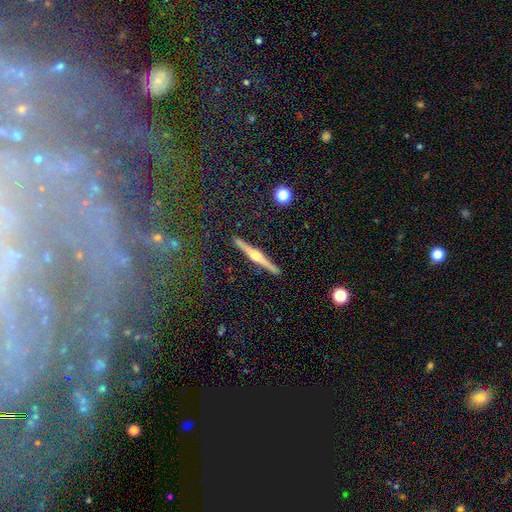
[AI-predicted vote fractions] Smooth or featured? featured or disk (78%)
Edge-on disk? yes (98%)
Edge-on bulge? rounded (90%)
Merging? none (92%)